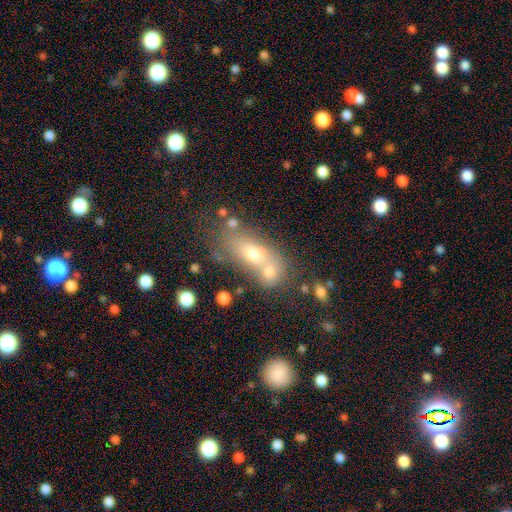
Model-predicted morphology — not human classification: Smooth or featured? smooth (61%)
How rounded? in between (66%)
Merging? merger (55%)